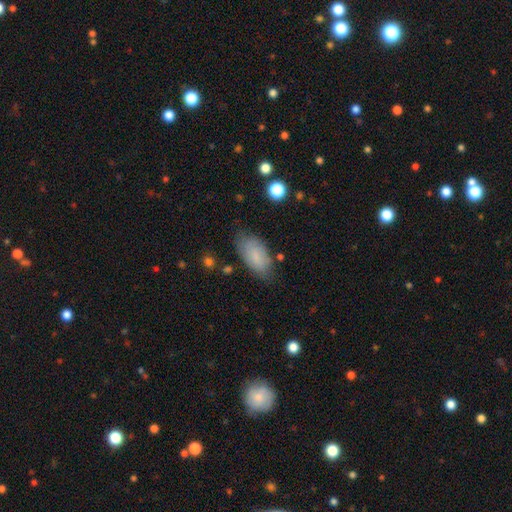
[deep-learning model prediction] Smooth or featured? smooth (80%)
How rounded? in between (93%)
Merging? none (73%)